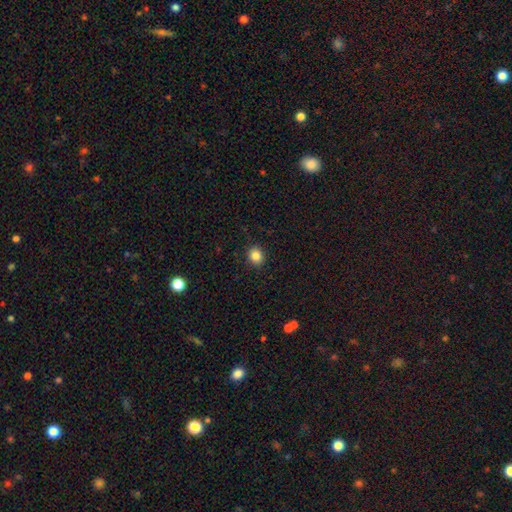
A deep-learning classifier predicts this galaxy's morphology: Overall: smooth (85%). How rounded: round (74%). Merging: none (90%).